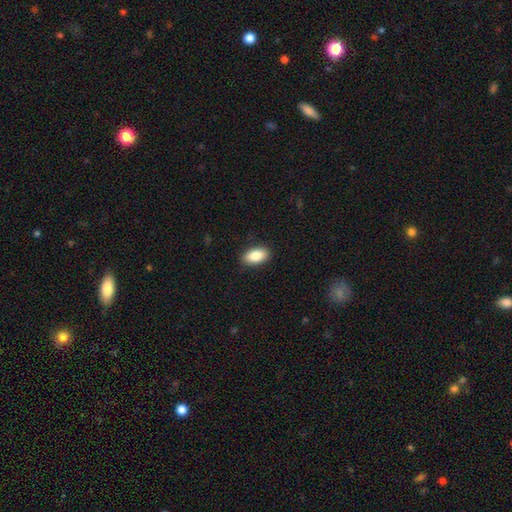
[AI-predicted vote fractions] A smooth galaxy with no disk features (86%) that is in between round and cigar-shaped (93%).

Vote fractions:
- Smooth or featured? smooth: 86% / featured or disk: 7% / star or artifact: 7%
- How rounded? in between: 93% / round: 4% / cigar-shaped: 3%
- Merging? none: 89% / minor disturbance: 8% / major disturbance: 2% / merger: 1%